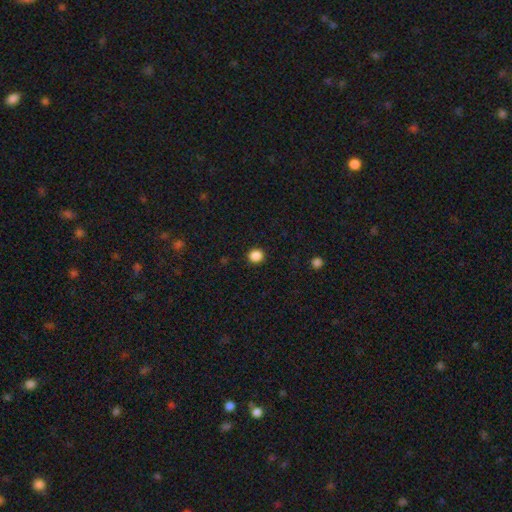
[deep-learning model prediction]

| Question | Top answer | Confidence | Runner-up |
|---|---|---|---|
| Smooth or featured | smooth | 87% | star or artifact (11%) |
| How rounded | round | 89% | in between (10%) |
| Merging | none | 92% | minor disturbance (5%) |